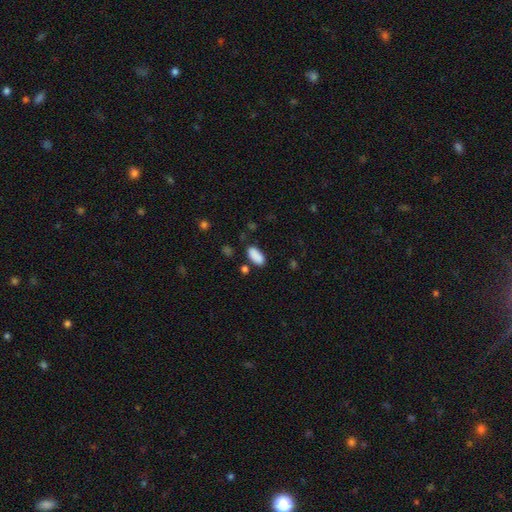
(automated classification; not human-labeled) smooth 88%, star or artifact 8%, featured or disk 4%. Down the decision tree: how rounded — in between (90%); merging — none (78%).